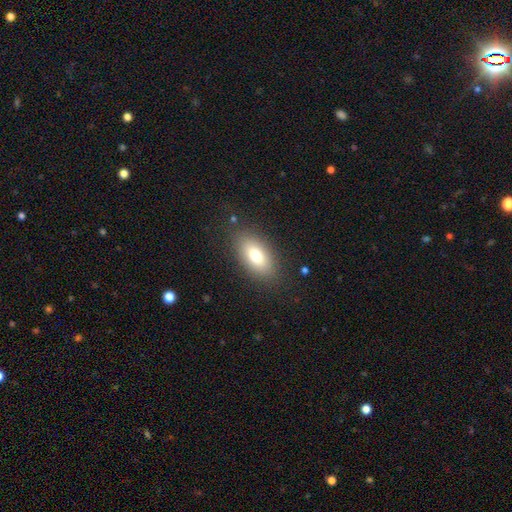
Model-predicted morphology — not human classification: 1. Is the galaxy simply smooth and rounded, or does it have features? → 75% smooth, 16% featured or disk, 9% star or artifact.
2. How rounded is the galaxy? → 89% in between, 6% round, 6% cigar-shaped.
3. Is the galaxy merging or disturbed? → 84% none, 11% minor disturbance, 4% major disturbance, 1% merger.